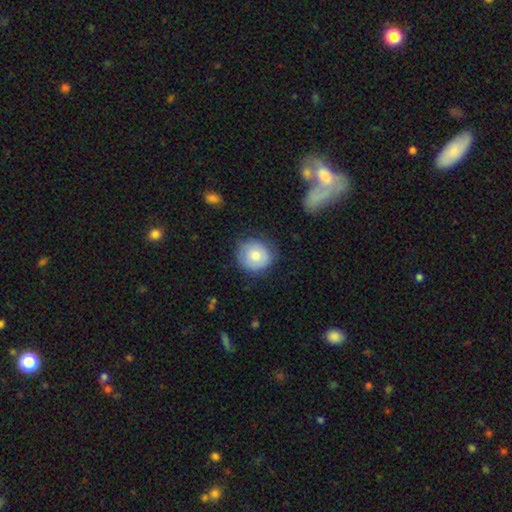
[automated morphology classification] Smooth or featured: smooth — 73% (featured or disk — 20%)
How rounded: round — 88% (in between — 11%)
Merging: none — 77% (minor disturbance — 17%)